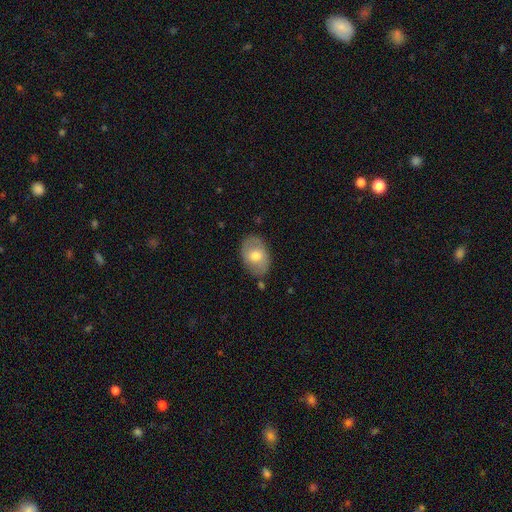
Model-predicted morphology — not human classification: A smooth galaxy with no disk features (63%) that is in between round and cigar-shaped (82%). Merging: none (77%).